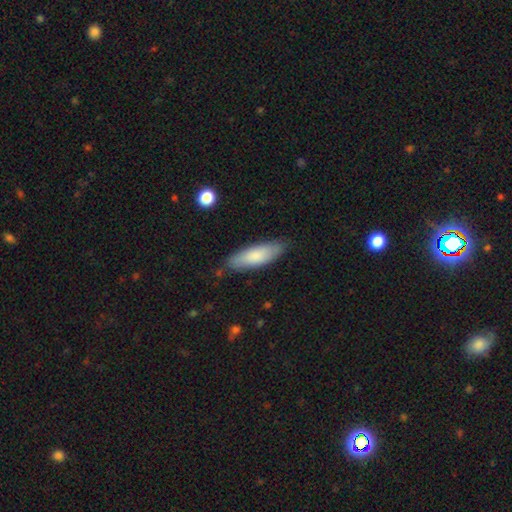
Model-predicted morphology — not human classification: The model was most divided on "how rounded": in between: 56%, cigar-shaped: 43%, round: 1%. More confident: merging — none (82%); smooth or featured — smooth (80%).